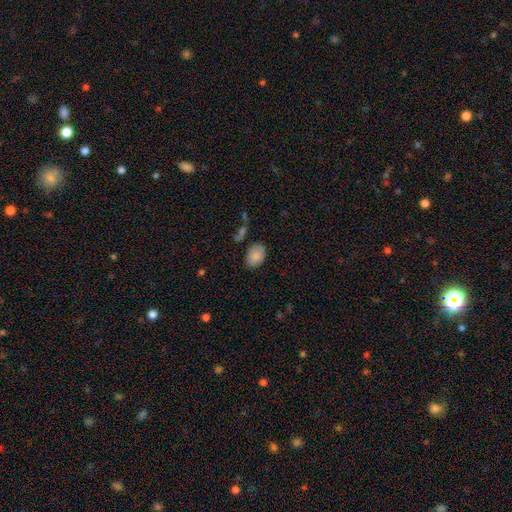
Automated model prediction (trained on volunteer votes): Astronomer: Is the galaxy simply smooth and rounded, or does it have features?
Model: smooth — 84%.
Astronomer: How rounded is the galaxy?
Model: in between — 83%.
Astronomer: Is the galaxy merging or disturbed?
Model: none — 76%.